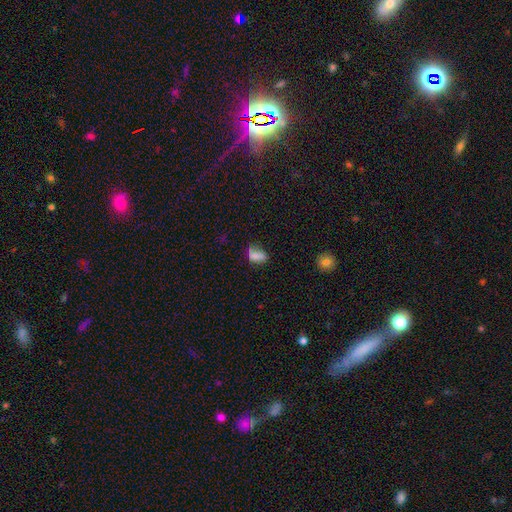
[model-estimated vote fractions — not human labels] Smooth or featured: smooth — 65% (featured or disk — 22%)
How rounded: in between — 82% (round — 14%)
Merging: none — 42% (minor disturbance — 30%)